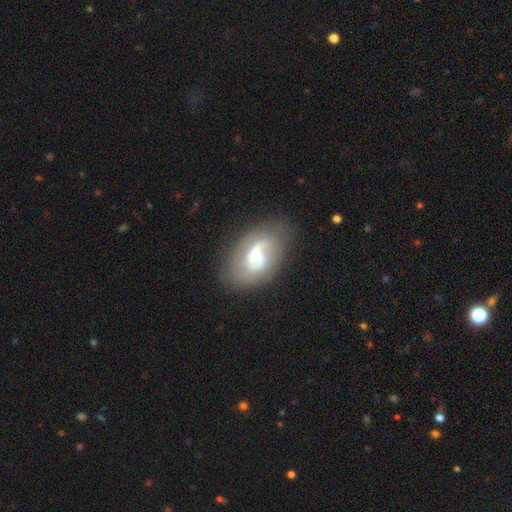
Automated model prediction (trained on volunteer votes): featured or disk 73%, smooth 20%, star or artifact 7%. Down the decision tree: edge-on disk — no (97%); bar — weak (51%); spiral arms — yes (88%); spiral arm count — 2 (55%); spiral winding — medium (42%); bulge size — moderate (45%); merging — none (65%).